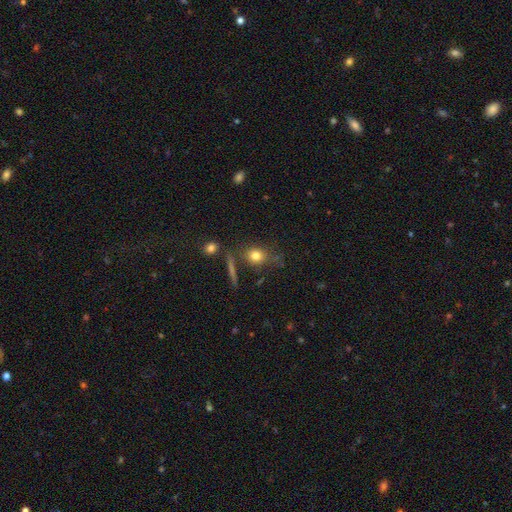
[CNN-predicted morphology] The model was most divided on "how rounded": round: 67%, in between: 29%, cigar-shaped: 4%. More confident: smooth or featured — smooth (79%); merging — none (70%).